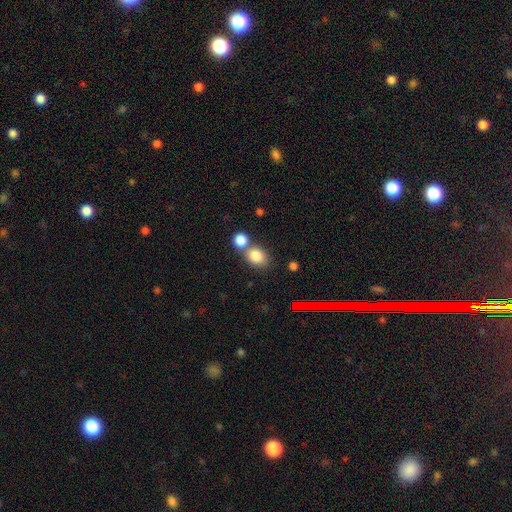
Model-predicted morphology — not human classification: A smooth galaxy with no disk features (83%) that is in between round and cigar-shaped (53%).

Vote fractions:
- Smooth or featured? smooth: 83% / star or artifact: 10% / featured or disk: 7%
- How rounded? in between: 53% / round: 46% / cigar-shaped: 1%
- Merging? none: 49% / merger: 39% / minor disturbance: 9% / major disturbance: 3%